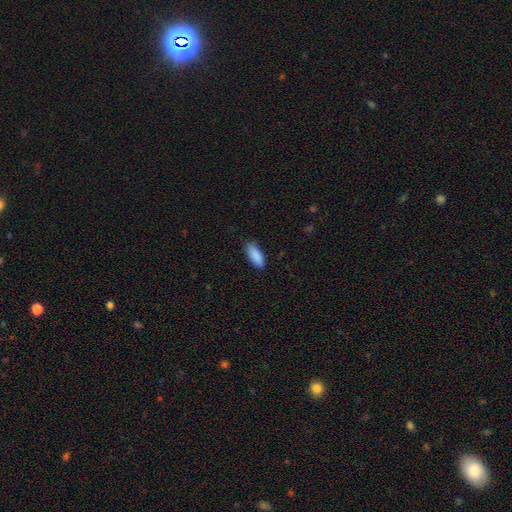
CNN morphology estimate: The model was most divided on "how rounded": in between: 80%, cigar-shaped: 18%, round: 2%. More confident: smooth or featured — smooth (90%); merging — none (86%).